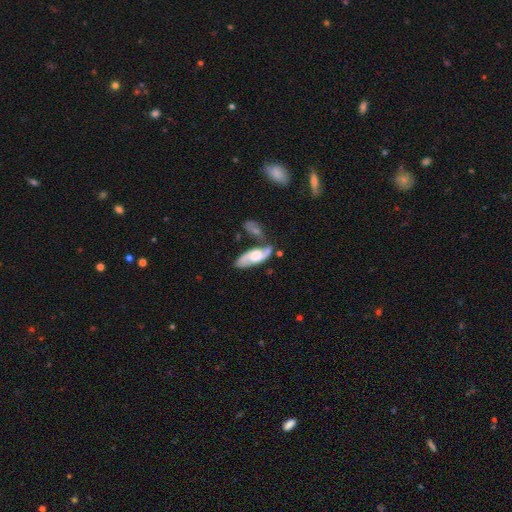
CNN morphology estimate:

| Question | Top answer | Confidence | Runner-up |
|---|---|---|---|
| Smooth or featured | featured or disk | 72% | smooth (23%) |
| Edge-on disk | no | 86% | yes (14%) |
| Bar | no | 59% | weak (32%) |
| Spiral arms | yes | 90% | no (10%) |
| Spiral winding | medium | 43% | loose (40%) |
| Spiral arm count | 2 | 85% | can't tell (8%) |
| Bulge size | moderate | 43% | large (28%) |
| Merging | none | 42% | merger (30%) |